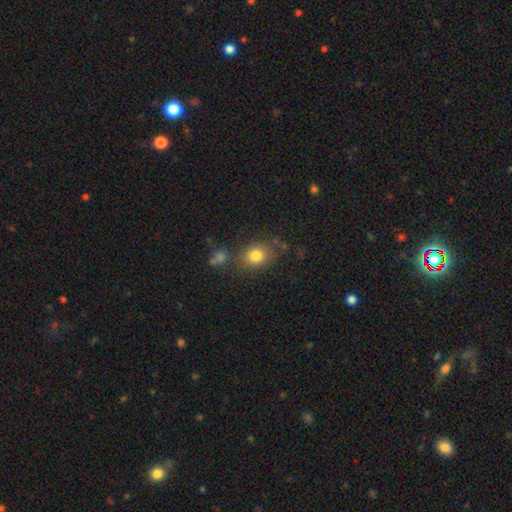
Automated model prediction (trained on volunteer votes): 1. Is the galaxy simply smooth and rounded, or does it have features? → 81% smooth, 11% star or artifact, 8% featured or disk.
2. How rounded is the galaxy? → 54% round, 45% in between, 1% cigar-shaped.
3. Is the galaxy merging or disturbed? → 73% none, 13% minor disturbance, 9% merger, 5% major disturbance.